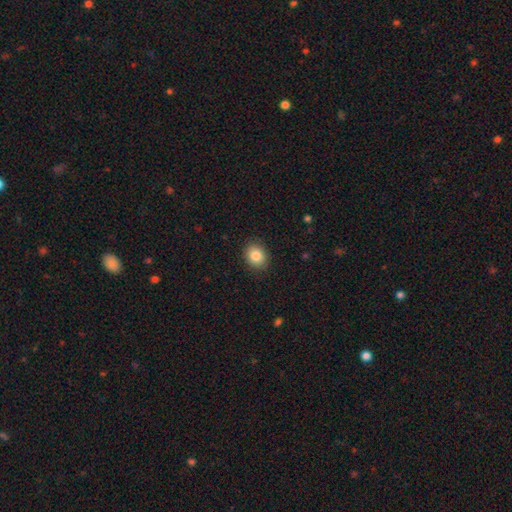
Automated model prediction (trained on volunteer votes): Morphology: type=smooth (85%); roundness=round (60%); merging=none (89%).